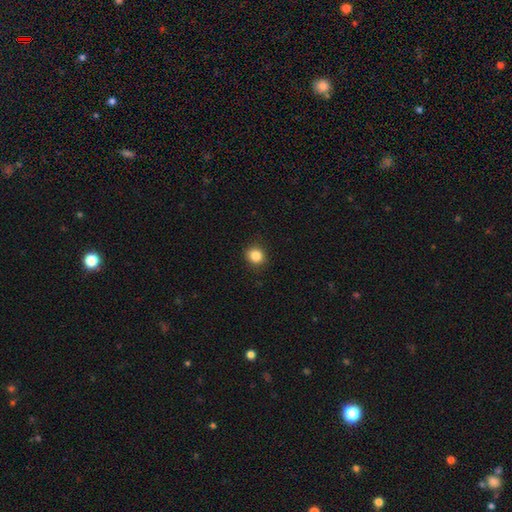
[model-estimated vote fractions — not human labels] Morphology: type=smooth (85%); roundness=round (82%); merging=none (90%).